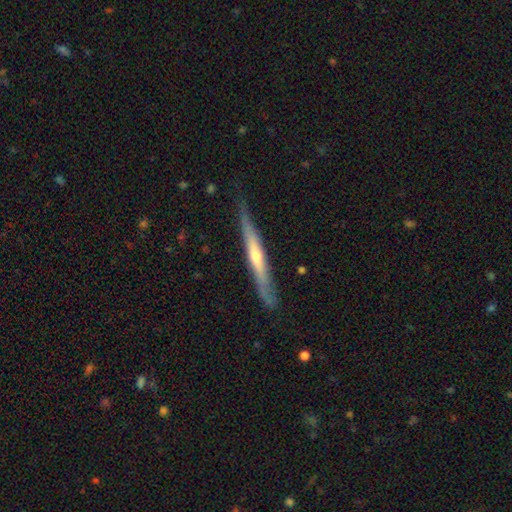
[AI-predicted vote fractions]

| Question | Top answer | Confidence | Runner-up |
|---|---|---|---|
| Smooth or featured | featured or disk | 68% | smooth (26%) |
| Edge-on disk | yes | 95% | no (5%) |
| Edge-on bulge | rounded | 62% | none (33%) |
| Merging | none | 80% | minor disturbance (16%) |